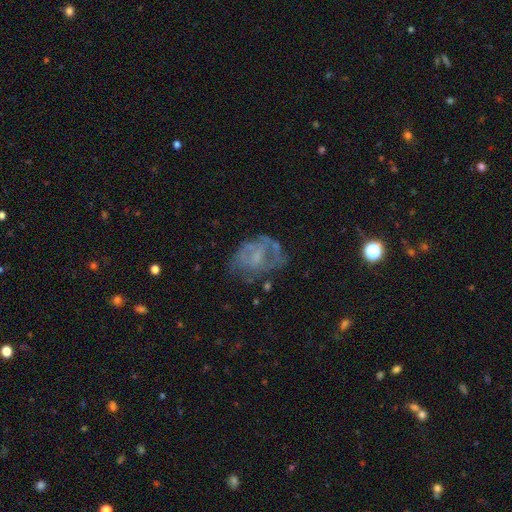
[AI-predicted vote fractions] The model was most divided on "bulge size": none: 40%, small: 35%, moderate: 21%, large: 2%, dominant: 1%. Remaining: edge-on disk — no (97%); bar — no (67%); smooth or featured — featured or disk (62%); spiral arms — no (56%); merging — none (45%).